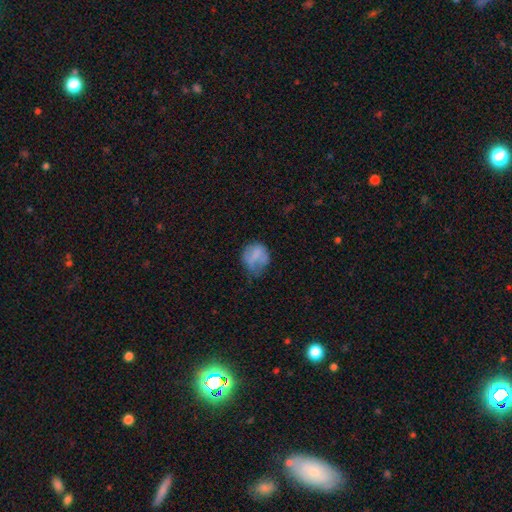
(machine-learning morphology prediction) This is likely a smooth galaxy (66%). How rounded: likely round (67%). Merging: marginally none (36%, tied with minor disturbance).